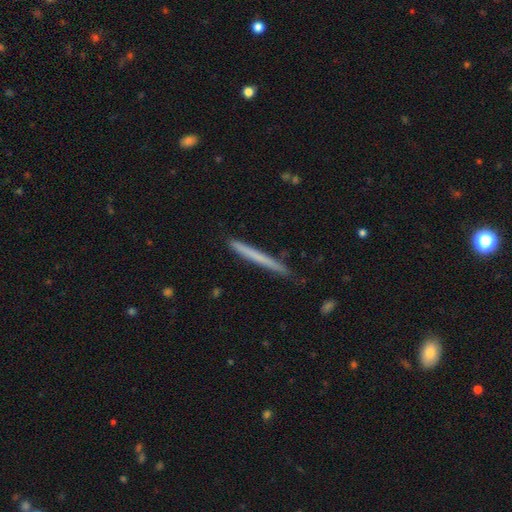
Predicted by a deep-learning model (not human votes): smooth_or_featured: smooth (p=0.59) [alt: featured or disk p=0.35]
how_rounded: cigar-shaped (p=0.97) [alt: in between p=0.01]
merging: none (p=0.87) [alt: minor disturbance p=0.10]